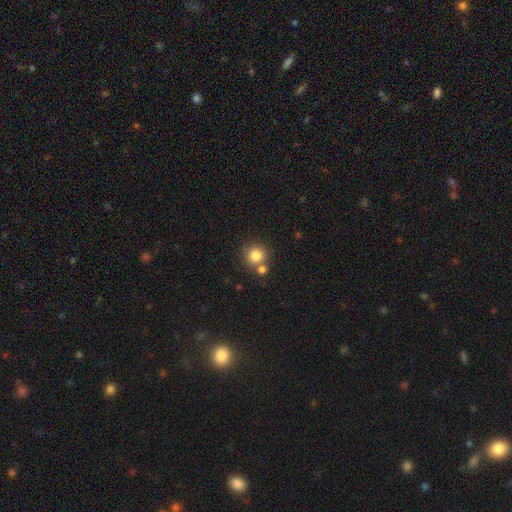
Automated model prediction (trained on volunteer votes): Smooth or featured? smooth (82%)
How rounded? round (91%)
Merging? none (65%)